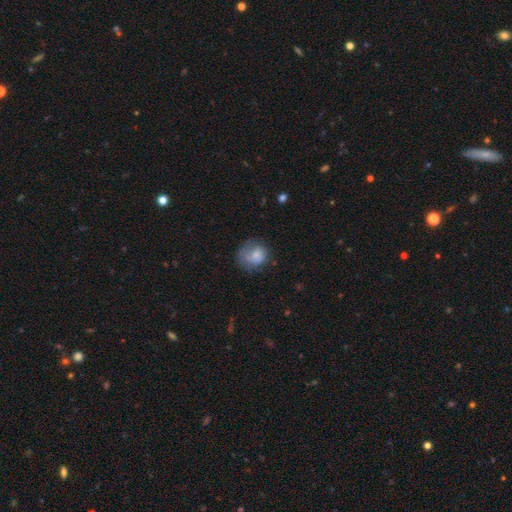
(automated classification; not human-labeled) A smooth galaxy with no disk features (66%) that is round (72%).

Vote fractions:
- Smooth or featured? smooth: 66% / featured or disk: 25% / star or artifact: 9%
- How rounded? round: 72% / in between: 27% / cigar-shaped: 1%
- Merging? none: 47% / minor disturbance: 28% / major disturbance: 23% / merger: 2%